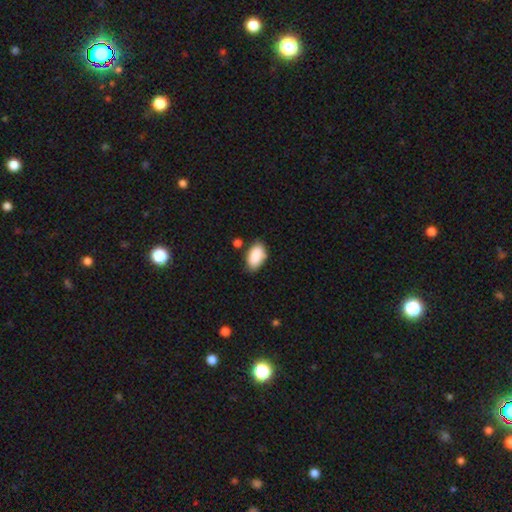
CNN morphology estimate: Q: Smooth or featured?
A: smooth (88%); runner-up: star or artifact (7%)
Q: How rounded?
A: in between (93%); runner-up: round (5%)
Q: Merging?
A: none (71%); runner-up: minor disturbance (20%)